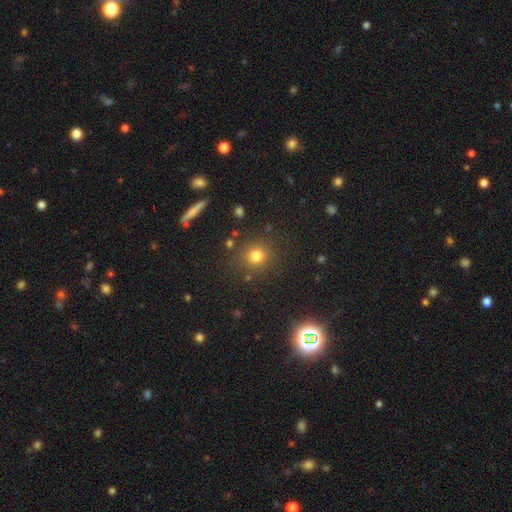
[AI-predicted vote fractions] The model was most divided on "smooth or featured": smooth: 77%, star or artifact: 17%, featured or disk: 6%. More confident: how rounded — round (92%); merging — none (85%).